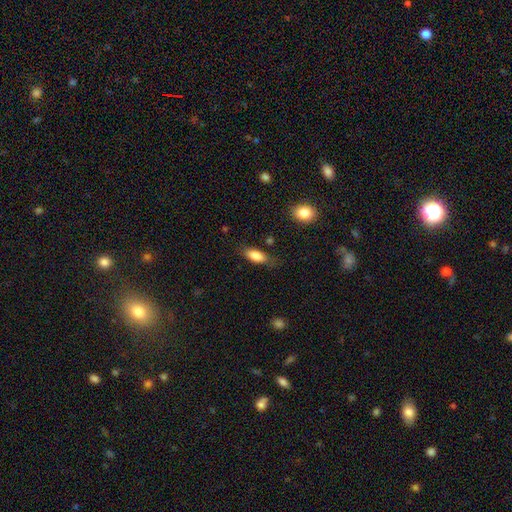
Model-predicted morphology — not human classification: A smooth galaxy with no disk features (85%) that is in between round and cigar-shaped (82%).

Vote fractions:
- Smooth or featured? smooth: 85% / featured or disk: 8% / star or artifact: 7%
- How rounded? in between: 82% / cigar-shaped: 16% / round: 3%
- Merging? none: 69% / minor disturbance: 22% / major disturbance: 7% / merger: 2%